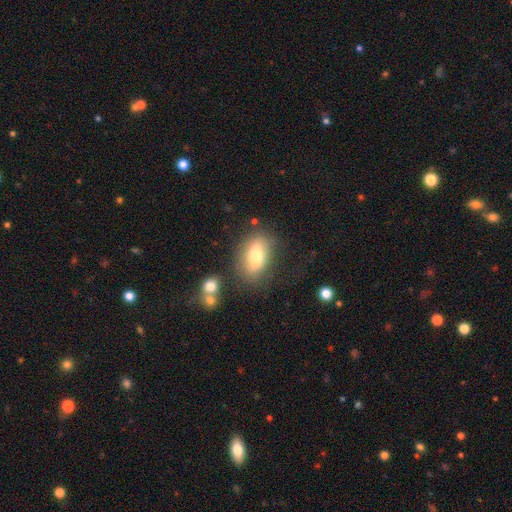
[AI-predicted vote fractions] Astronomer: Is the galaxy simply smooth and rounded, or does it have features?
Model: smooth — 57% (runner-up: featured or disk, 35%).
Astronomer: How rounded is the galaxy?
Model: in between — 82%.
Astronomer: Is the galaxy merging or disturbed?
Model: none — 73%.